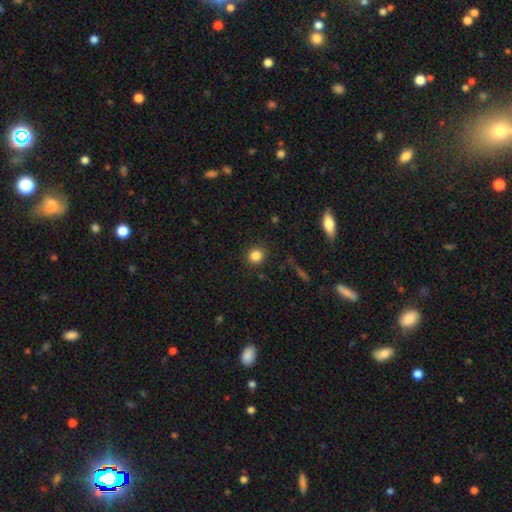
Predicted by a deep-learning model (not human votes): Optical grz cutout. It shows a smooth galaxy with no disk features (84%) that is round (90%). Merging: none (89%).